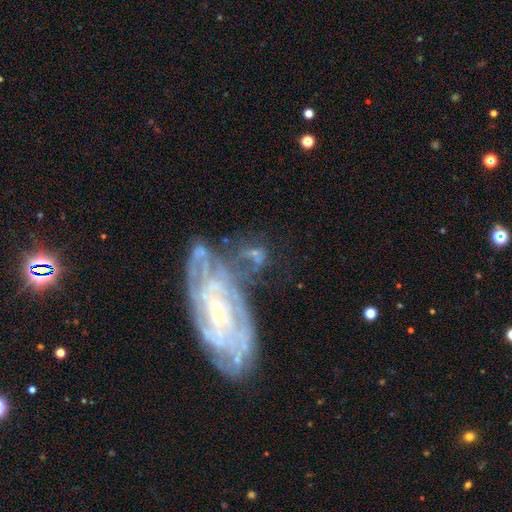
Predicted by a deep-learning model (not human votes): The model was most divided on "spiral arm count": can't tell: 37%, 2: 21%, 3: 16%, 4: 10%, more than 4: 8%, 1: 7%. Remaining: edge-on disk — no (94%); spiral arms — yes (83%); bulge size — small (69%); smooth or featured — featured or disk (68%); bar — no (59%); spiral winding — tight (57%); merging — none (44%).